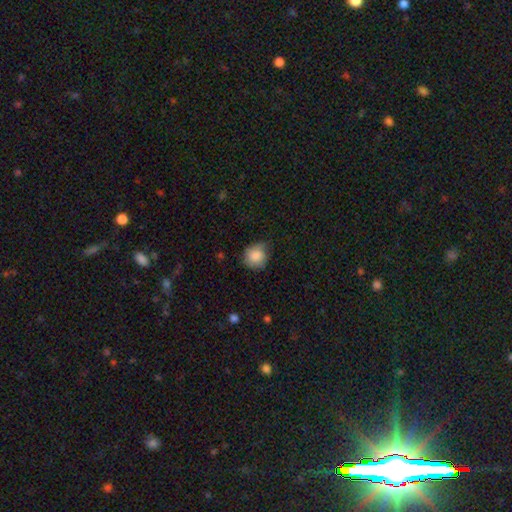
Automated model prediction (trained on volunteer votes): This appears to be a smooth galaxy with no disk features (84%) that is round (84%). Merging: none (59%).